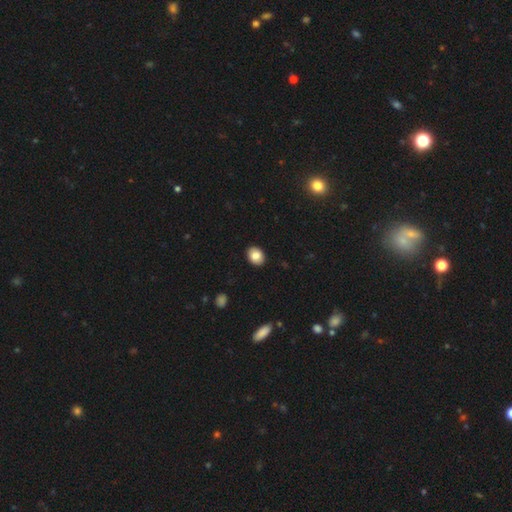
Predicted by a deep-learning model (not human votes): smooth_or_featured: smooth (p=0.85) [alt: star or artifact p=0.08]
how_rounded: in between (p=0.58) [alt: round p=0.41]
merging: none (p=0.90) [alt: minor disturbance p=0.07]